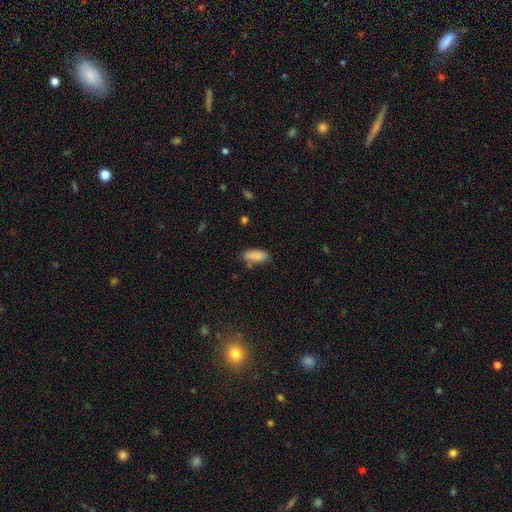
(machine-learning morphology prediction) The model was most divided on "merging": none: 73%, minor disturbance: 18%, merger: 5%, major disturbance: 4%. More confident: smooth or featured — smooth (88%); how rounded — in between (81%).